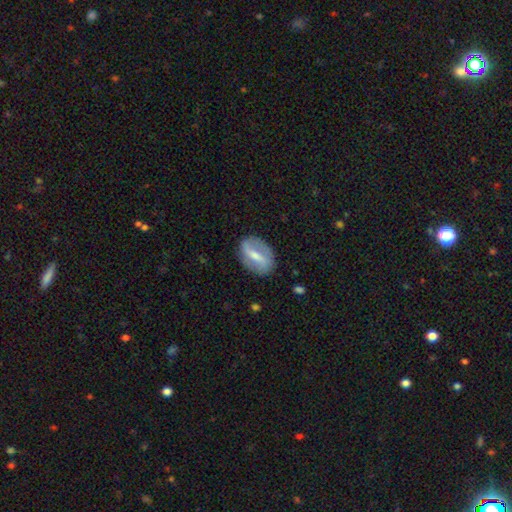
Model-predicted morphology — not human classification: A featured or disk galaxy (59%) with a strong bar (58%), spiral arms (51%) and a moderate central bulge (48%). Merging: none (80%).